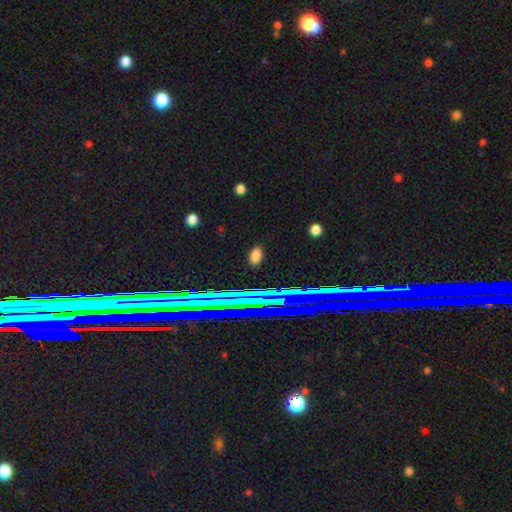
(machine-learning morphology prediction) Overall: smooth (79%). How rounded: in between (81%). Merging: none (87%).